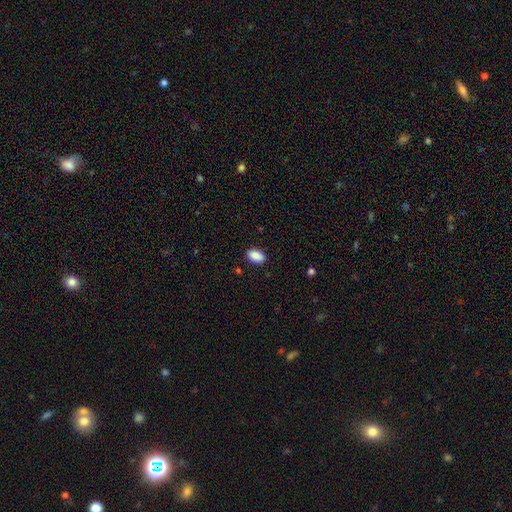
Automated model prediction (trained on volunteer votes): Q: Smooth or featured?
A: smooth (89%); runner-up: star or artifact (7%)
Q: How rounded?
A: in between (92%); runner-up: round (6%)
Q: Merging?
A: none (87%); runner-up: minor disturbance (9%)